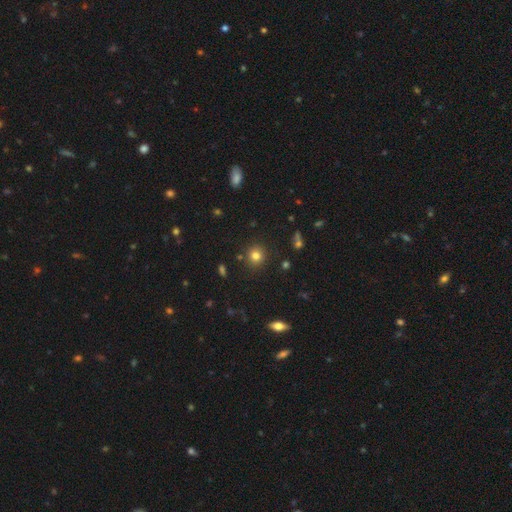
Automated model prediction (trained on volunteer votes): Smooth or featured: smooth — 78% (star or artifact — 15%)
How rounded: round — 89% (in between — 10%)
Merging: none — 87% (minor disturbance — 7%)